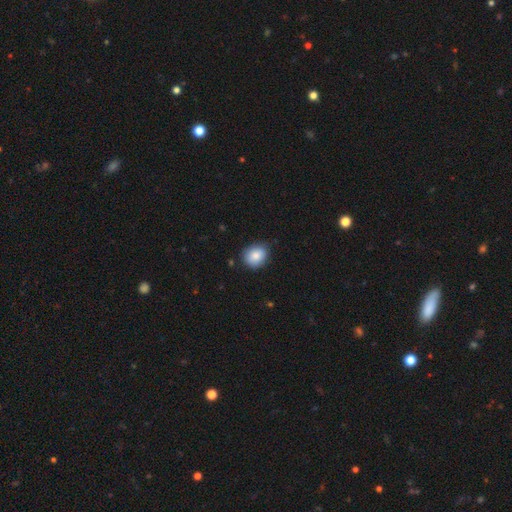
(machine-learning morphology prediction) smooth-or-featured: smooth: 85% | star or artifact: 8% | featured or disk: 8%
  how-rounded: round: 56% | in between: 43% | cigar-shaped: 1%
  merging: none: 80% | minor disturbance: 16% | major disturbance: 3% | merger: 1%